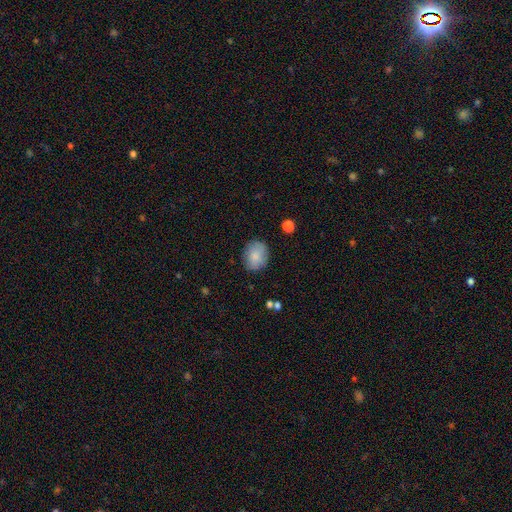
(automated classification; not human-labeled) A smooth galaxy with no disk features (84%) that is round (59%). Merging: none (83%).